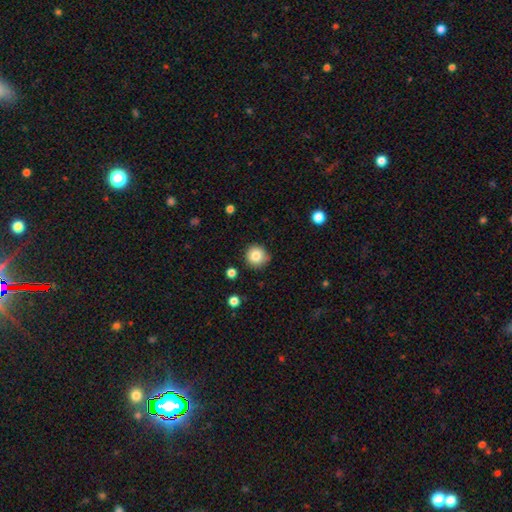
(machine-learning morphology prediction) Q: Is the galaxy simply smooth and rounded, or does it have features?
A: smooth — 84%.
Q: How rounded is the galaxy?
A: round — 94%.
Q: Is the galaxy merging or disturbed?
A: none — 82%.